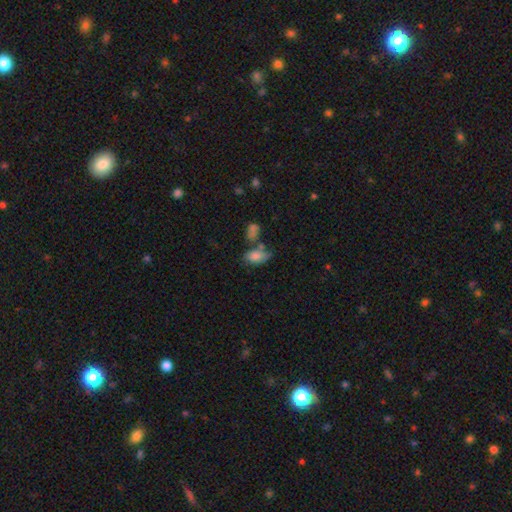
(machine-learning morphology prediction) Smooth or featured? Predicted: smooth (p=0.77). How rounded? Predicted: in between (p=0.90). Merging? Predicted: none (p=0.39).